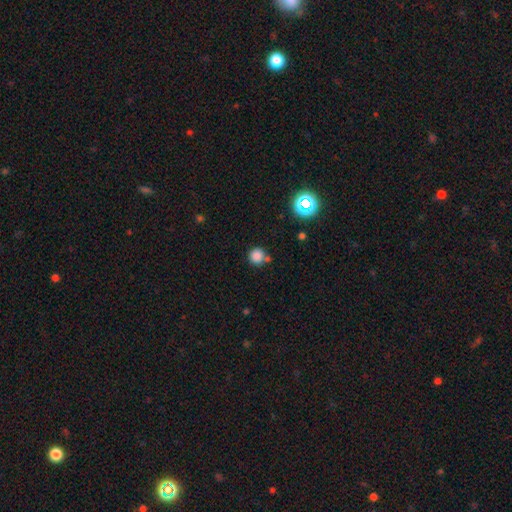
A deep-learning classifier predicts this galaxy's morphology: The model was most divided on "merging": none: 69%, merger: 14%, minor disturbance: 13%, major disturbance: 4%. More confident: how rounded — round (93%); smooth or featured — smooth (82%).